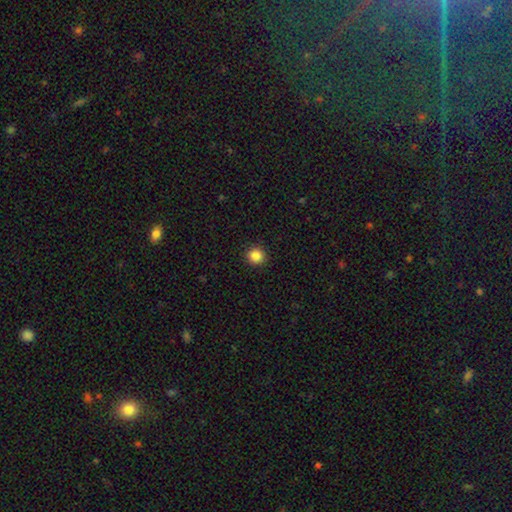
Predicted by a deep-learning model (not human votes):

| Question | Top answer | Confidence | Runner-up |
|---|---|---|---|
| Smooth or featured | smooth | 86% | star or artifact (11%) |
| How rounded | round | 94% | in between (5%) |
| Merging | none | 93% | minor disturbance (4%) |